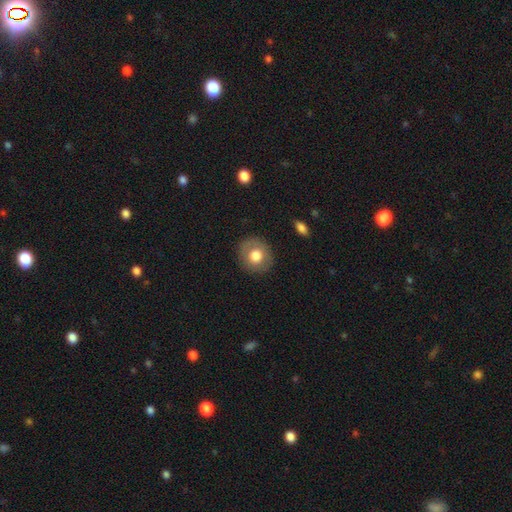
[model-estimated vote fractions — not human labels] Smooth or featured? Predicted: smooth (p=0.69). How rounded? Predicted: round (p=0.83). Merging? Predicted: none (p=0.84).